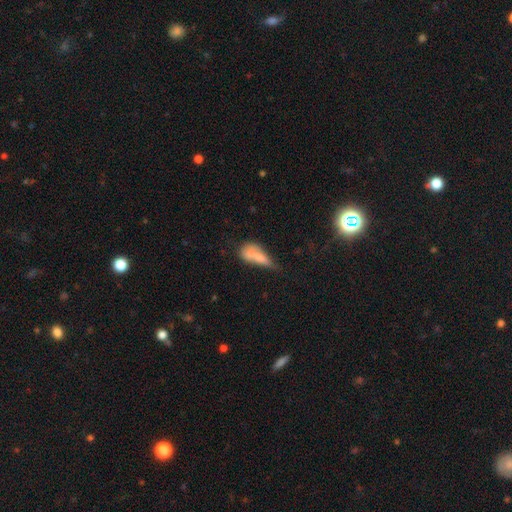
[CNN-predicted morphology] Smooth or featured? Predicted: smooth (p=0.65). How rounded? Predicted: in between (p=0.65). Merging? Predicted: merger (p=0.44).